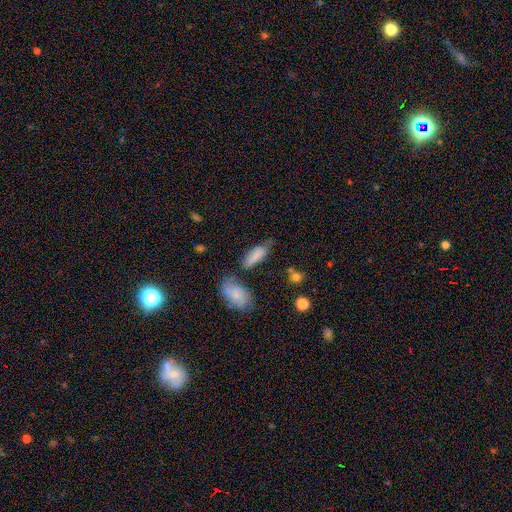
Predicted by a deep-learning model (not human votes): This appears to be a smooth galaxy with no disk features (73%) that is in between round and cigar-shaped (71%). Merging: none (48%).